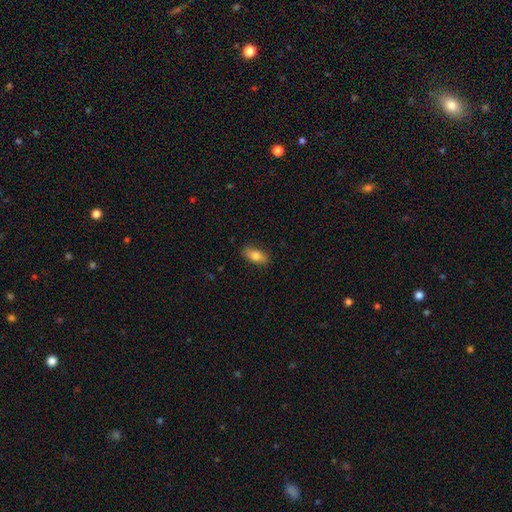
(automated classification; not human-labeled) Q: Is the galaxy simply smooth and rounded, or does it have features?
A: smooth — 79%.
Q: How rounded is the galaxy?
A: in between — 85%.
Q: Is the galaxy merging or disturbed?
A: none — 85%.